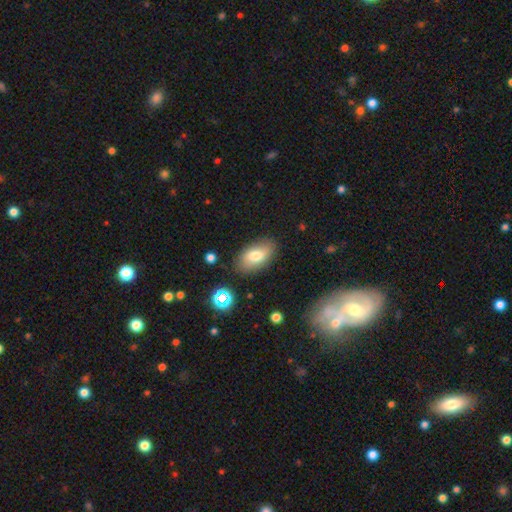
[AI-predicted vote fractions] Smooth or featured? Predicted: smooth (p=0.74). How rounded? Predicted: in between (p=0.92). Merging? Predicted: none (p=0.82).